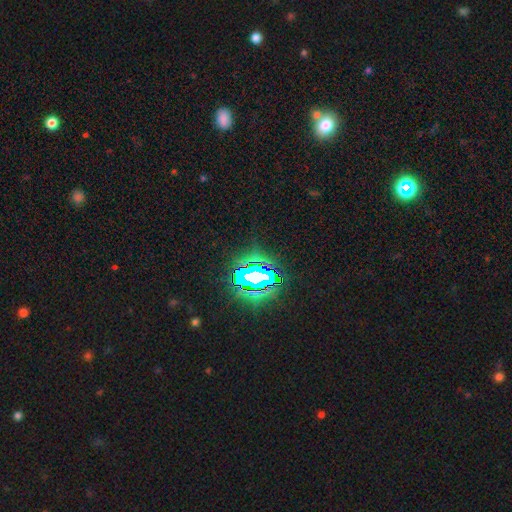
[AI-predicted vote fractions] This is clearly a star or artifact rather than a galaxy (81%).